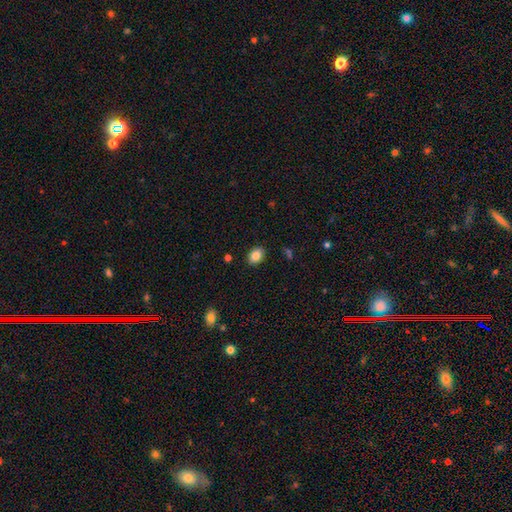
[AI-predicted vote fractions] Smooth or featured? Predicted: smooth (p=0.85). How rounded? Predicted: in between (p=0.76). Merging? Predicted: none (p=0.87).